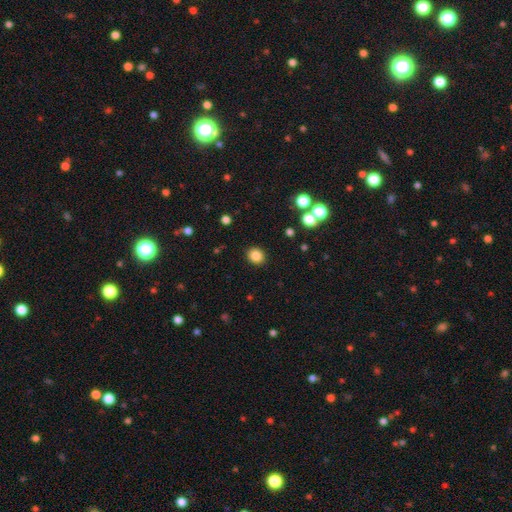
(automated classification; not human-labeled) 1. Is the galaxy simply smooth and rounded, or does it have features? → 84% smooth, 11% star or artifact, 5% featured or disk.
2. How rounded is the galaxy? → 77% round, 22% in between, 1% cigar-shaped.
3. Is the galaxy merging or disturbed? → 90% none, 6% minor disturbance, 2% major disturbance, 2% merger.